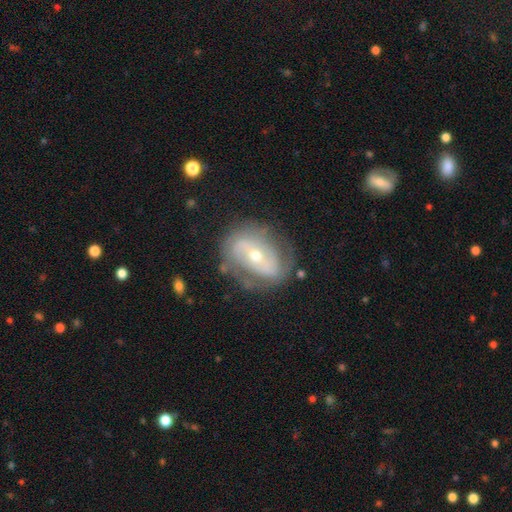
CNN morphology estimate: Smooth or featured?
  - featured or disk: 76% *
  - smooth: 17%
  - star or artifact: 6%
Edge-on disk?
  - no: 95% *
  - yes: 5%
Bar?
  - no: 41% *
  - weak: 34%
  - strong: 25%
Spiral arms?
  - yes: 78% *
  - no: 22%
Spiral winding?
  - tight: 41% *
  - medium: 39%
  - loose: 21%
Spiral arm count?
  - 2: 65% *
  - can't tell: 21%
  - 3: 5%
  - 1: 4%
  - 4: 2%
  - more than 4: 2%
Bulge size?
  - small: 48% * (tied)
  - moderate: 48% * (tied)
  - large: 2%
  - dominant: 1%
  - none: 1%
Merging?
  - none: 68% *
  - minor disturbance: 20%
  - major disturbance: 10%
  - merger: 2%